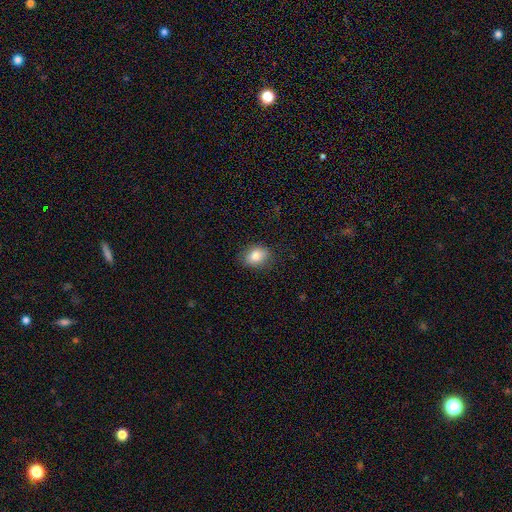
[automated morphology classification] Smooth or featured?
  - smooth: 83% *
  - star or artifact: 9%
  - featured or disk: 8%
How rounded?
  - in between: 63% *
  - round: 36%
  - cigar-shaped: 1%
Merging?
  - none: 84% *
  - minor disturbance: 12%
  - major disturbance: 3%
  - merger: 1%